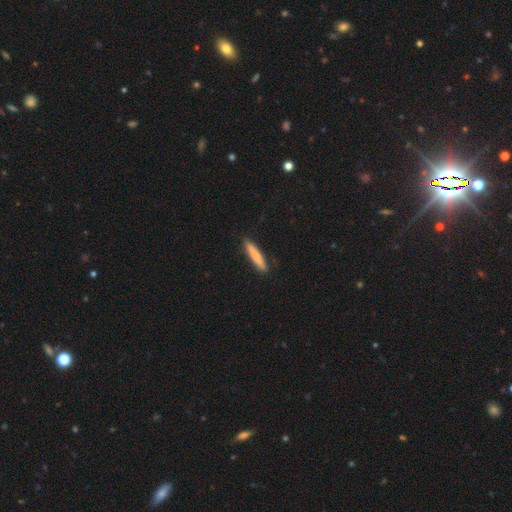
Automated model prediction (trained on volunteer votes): Smooth or featured: smooth — 79% (featured or disk — 16%)
How rounded: cigar-shaped — 91% (in between — 7%)
Merging: none — 88% (minor disturbance — 9%)